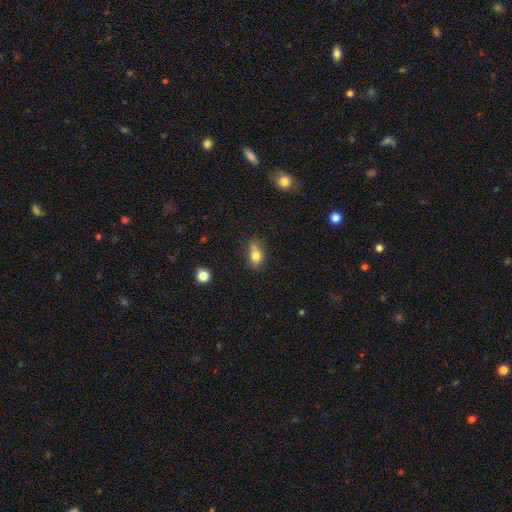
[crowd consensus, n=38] This appears to be a smooth galaxy with no disk features (79%) that is in between round and cigar-shaped (73%). Merging: none (54%).